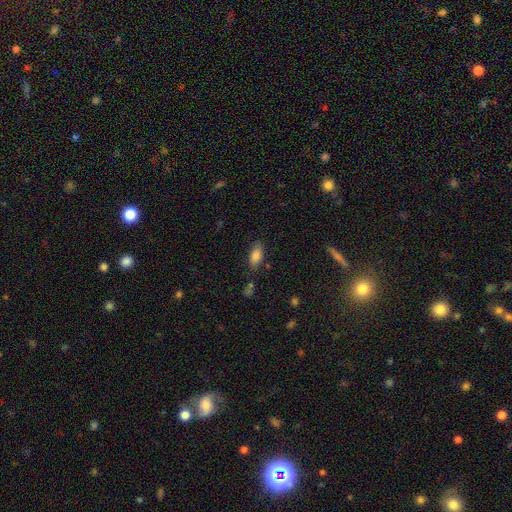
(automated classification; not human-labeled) A smooth galaxy with no disk features (85%) that is in between round and cigar-shaped (90%).

Vote fractions:
- Smooth or featured? smooth: 85% / star or artifact: 9% / featured or disk: 7%
- How rounded? in between: 90% / cigar-shaped: 7% / round: 3%
- Merging? none: 75% / minor disturbance: 16% / major disturbance: 4% / merger: 4%